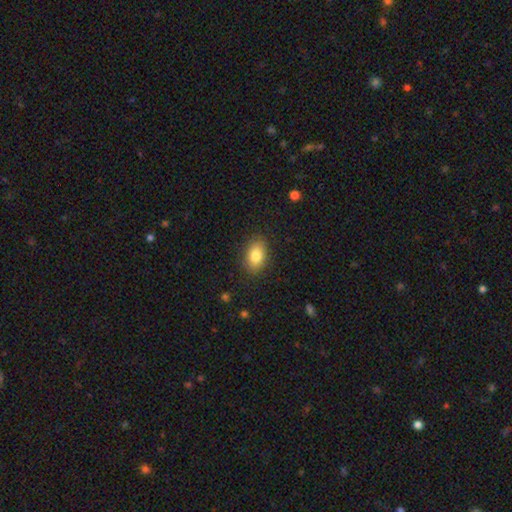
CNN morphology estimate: Q: Smooth or featured?
A: smooth (83%); runner-up: featured or disk (9%)
Q: How rounded?
A: in between (84%); runner-up: round (15%)
Q: Merging?
A: none (86%); runner-up: minor disturbance (10%)